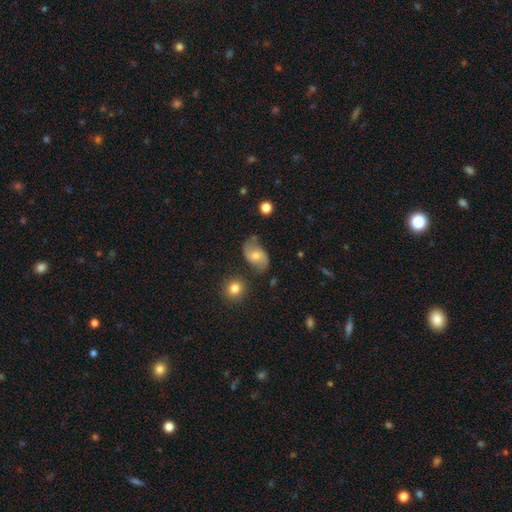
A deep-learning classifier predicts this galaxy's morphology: smooth_or_featured: featured or disk (p=0.55) [alt: smooth p=0.36]
disk_edge_on: no (p=0.96) [alt: yes p=0.04]
bar: no (p=0.66) [alt: weak p=0.27]
has_spiral_arms: yes (p=0.82) [alt: no p=0.18]
bulge_size: moderate (p=0.60) [alt: small p=0.33]
merging: none (p=0.68) [alt: minor disturbance p=0.21]